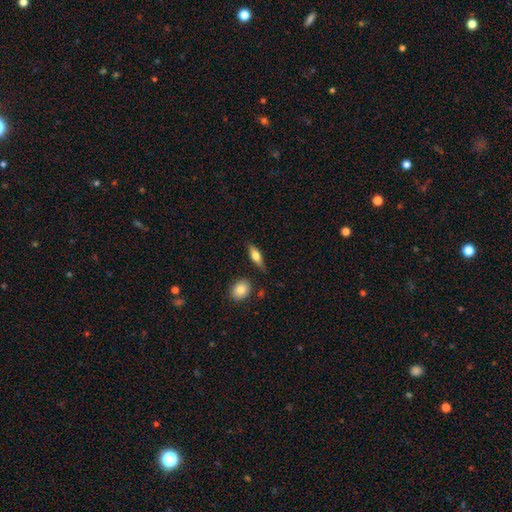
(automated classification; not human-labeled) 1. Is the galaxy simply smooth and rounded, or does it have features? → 56% smooth, 38% featured or disk, 6% star or artifact.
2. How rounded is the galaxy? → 58% in between, 38% cigar-shaped, 5% round.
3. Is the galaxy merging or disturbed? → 80% none, 13% minor disturbance, 4% merger, 3% major disturbance.